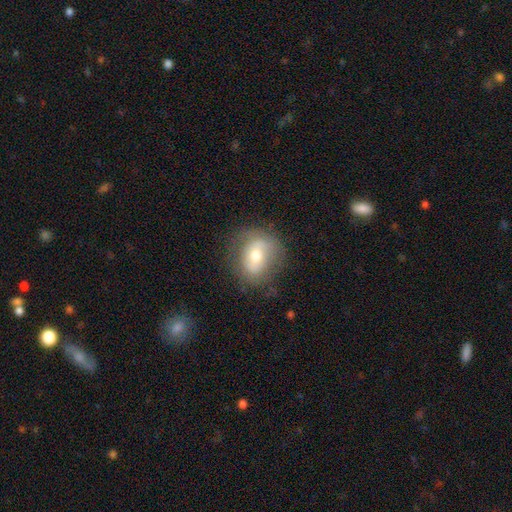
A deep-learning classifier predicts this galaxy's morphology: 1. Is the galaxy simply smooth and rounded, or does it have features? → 52% smooth, 39% featured or disk, 9% star or artifact.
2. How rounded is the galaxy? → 59% round, 40% in between, 1% cigar-shaped.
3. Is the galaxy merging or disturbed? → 71% none, 19% minor disturbance, 9% major disturbance, 2% merger.